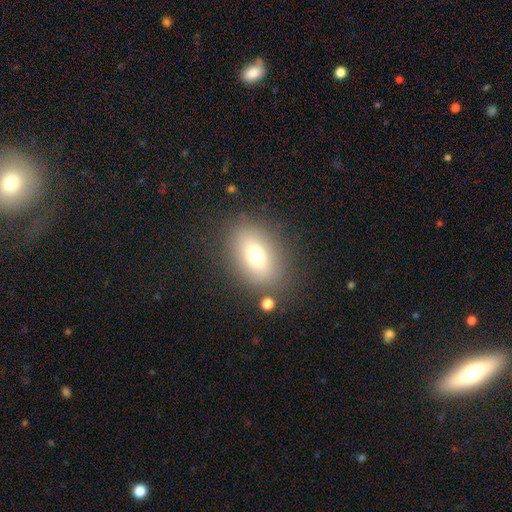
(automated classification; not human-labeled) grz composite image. It shows a smooth galaxy with no disk features (71%) that is in between round and cigar-shaped (79%). Merging: none (81%).